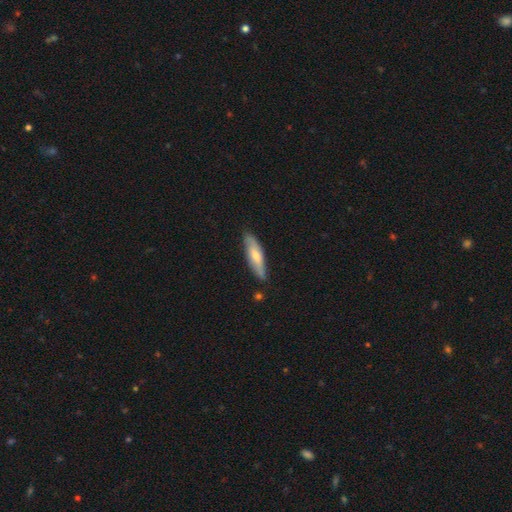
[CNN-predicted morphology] A smooth galaxy with no disk features (60%) that is cigar-shaped (62%).

Vote fractions:
- Smooth or featured? smooth: 60% / featured or disk: 34% / star or artifact: 5%
- How rounded? cigar-shaped: 62% / in between: 36% / round: 2%
- Merging? none: 81% / minor disturbance: 15% / major disturbance: 2% / merger: 2%